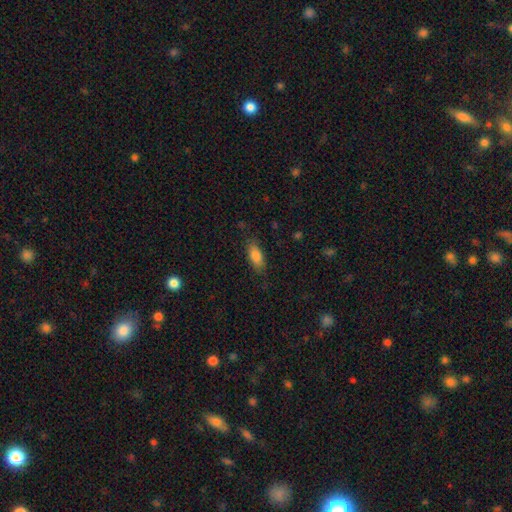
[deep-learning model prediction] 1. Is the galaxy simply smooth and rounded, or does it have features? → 83% smooth, 9% featured or disk, 7% star or artifact.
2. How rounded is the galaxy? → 82% in between, 15% cigar-shaped, 2% round.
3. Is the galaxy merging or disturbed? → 80% none, 15% minor disturbance, 4% major disturbance, 1% merger.